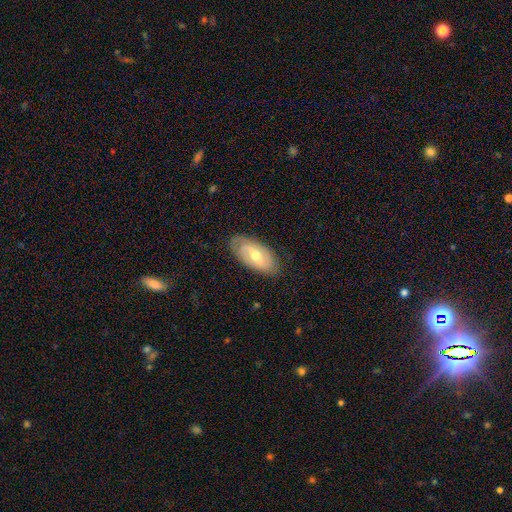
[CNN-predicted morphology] featured or disk 67%, smooth 28%, star or artifact 5%. Down the decision tree: edge-on disk — no (91%); bar — weak (47%); spiral arms — yes (77%); bulge size — moderate (62%); merging — none (82%).